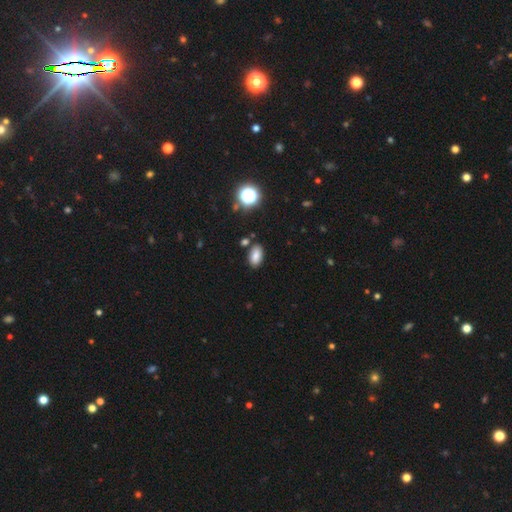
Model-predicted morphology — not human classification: The model was most divided on "smooth or featured": smooth: 82%, star or artifact: 12%, featured or disk: 6%. More confident: how rounded — in between (92%); merging — none (84%).